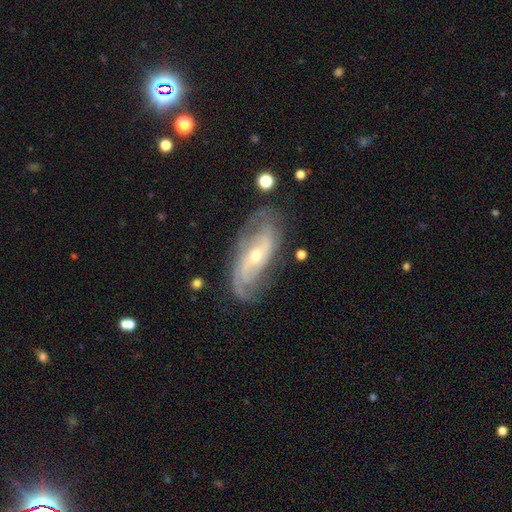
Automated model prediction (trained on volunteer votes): Smooth or featured? featured or disk (84%)
Edge-on disk? no (91%)
Bar? no (47%)
Spiral arms? yes (93%)
Spiral winding? medium (40%)
Spiral arm count? 2 (59%)
Bulge size? small (56%)
Merging? none (68%)